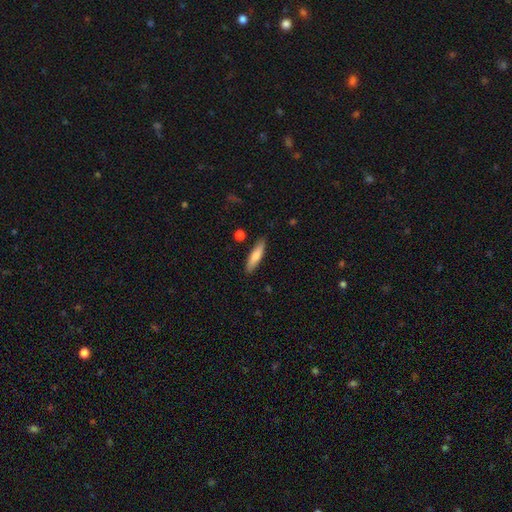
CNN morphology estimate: Q: Smooth or featured?
A: smooth (78%); runner-up: featured or disk (16%)
Q: How rounded?
A: cigar-shaped (76%); runner-up: in between (22%)
Q: Merging?
A: none (87%); runner-up: minor disturbance (10%)